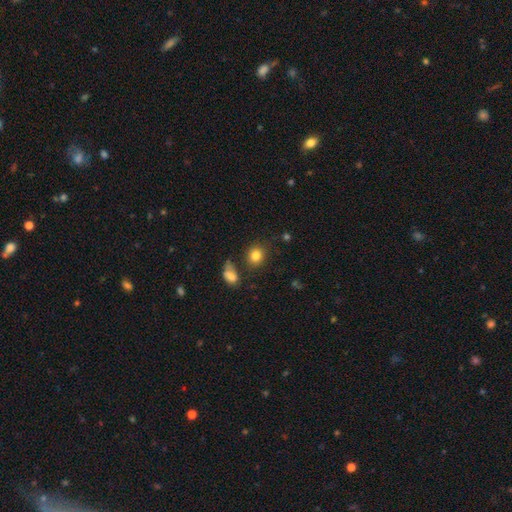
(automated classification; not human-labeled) Smooth or featured? smooth (83%)
How rounded? round (71%)
Merging? none (76%)